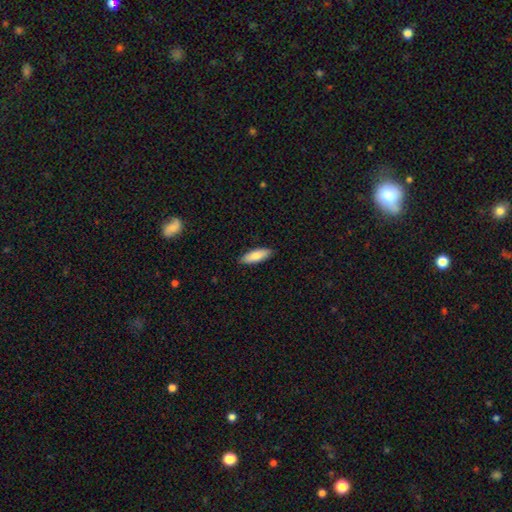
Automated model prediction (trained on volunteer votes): Smooth or featured? smooth (84%)
How rounded? in between (59%)
Merging? none (89%)